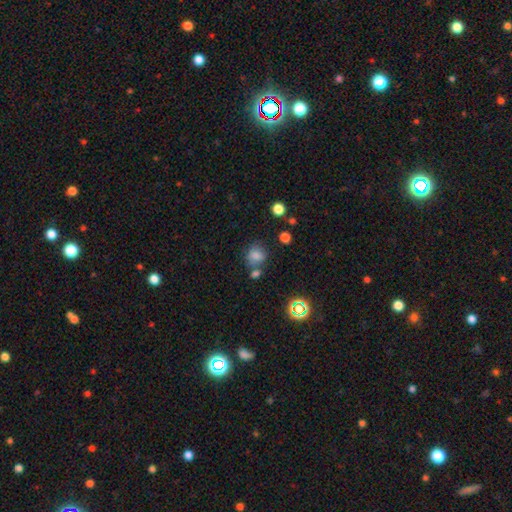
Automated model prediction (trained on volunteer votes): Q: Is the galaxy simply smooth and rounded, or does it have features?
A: smooth — 77%.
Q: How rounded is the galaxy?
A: round — 69%.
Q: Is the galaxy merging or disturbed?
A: none — 60%.